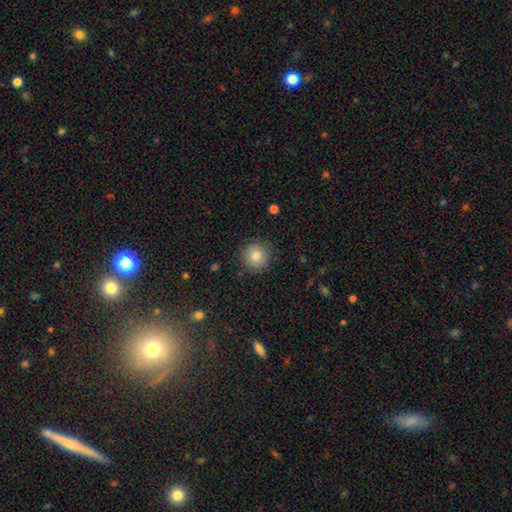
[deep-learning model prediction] Smooth or featured: smooth — 82% (star or artifact — 10%)
How rounded: round — 93% (in between — 6%)
Merging: none — 87% (minor disturbance — 9%)